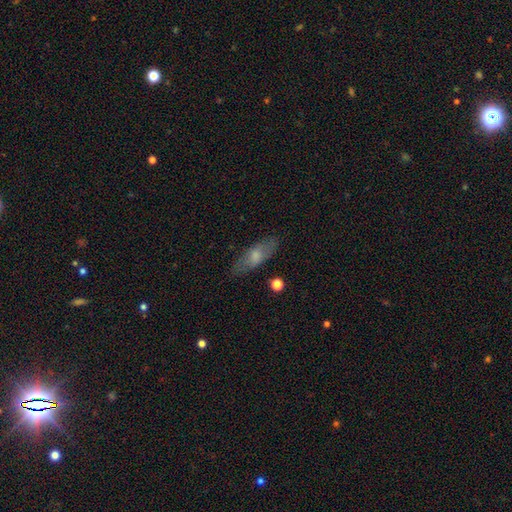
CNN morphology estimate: smooth_or_featured: smooth (p=0.62) [alt: featured or disk p=0.31]
how_rounded: in between (p=0.62) [alt: cigar-shaped p=0.35]
merging: none (p=0.79) [alt: minor disturbance p=0.15]